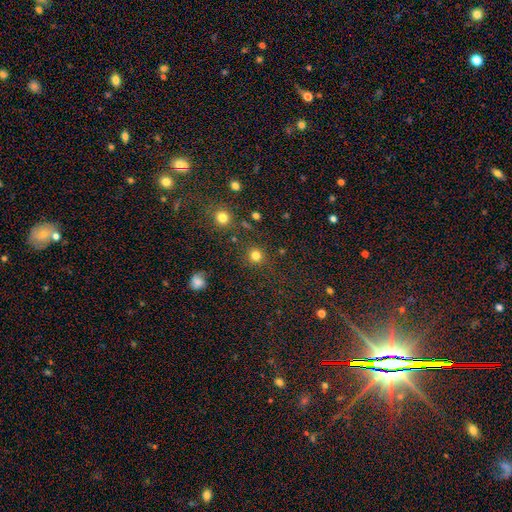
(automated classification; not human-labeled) This appears to be a smooth galaxy with no disk features (80%) that is round (91%). Merging: none (85%).